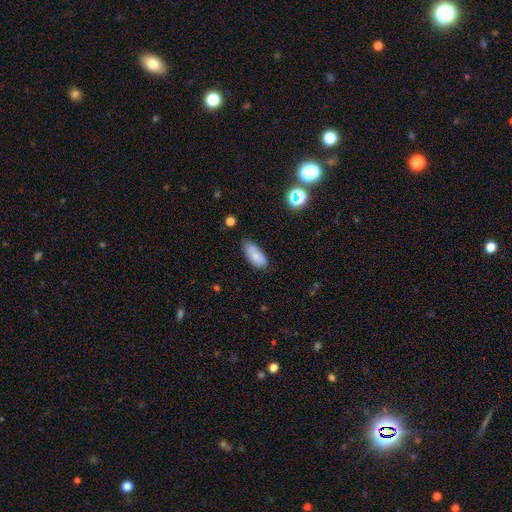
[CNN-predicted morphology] smooth_or_featured: smooth (p=0.80) [alt: featured or disk p=0.11]
how_rounded: in between (p=0.84) [alt: cigar-shaped p=0.13]
merging: none (p=0.64) [alt: minor disturbance p=0.27]